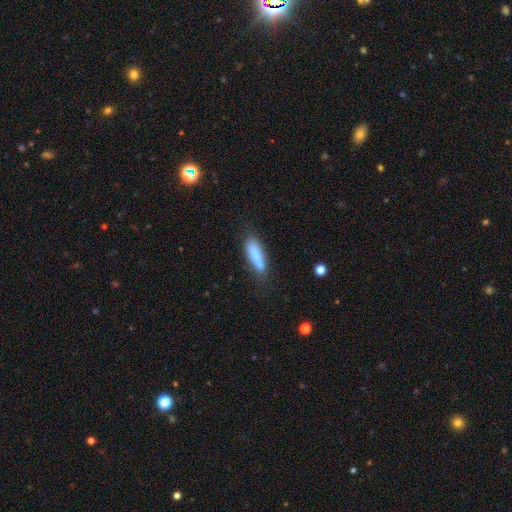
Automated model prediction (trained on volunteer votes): Morphology: type=smooth (69%); roundness=cigar-shaped (54%); merging=none (62%).